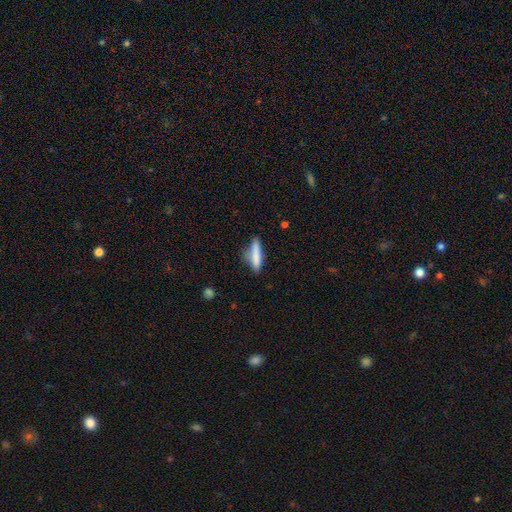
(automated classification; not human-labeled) This is likely a smooth galaxy (77%). How rounded: clearly cigar-shaped (82%). Merging: likely none (67%).